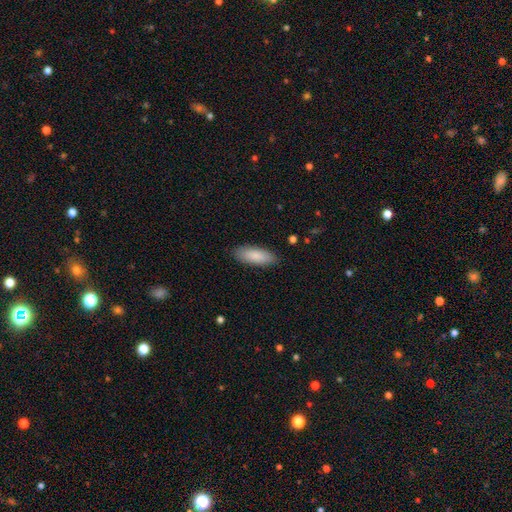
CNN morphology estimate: smooth-or-featured: smooth: 87% | featured or disk: 8% | star or artifact: 5%
  how-rounded: in between: 73% | cigar-shaped: 25% | round: 2%
  merging: none: 87% | minor disturbance: 10% | major disturbance: 2% | merger: 1%